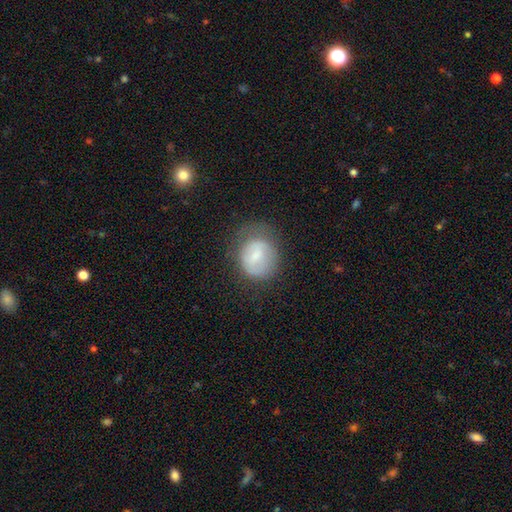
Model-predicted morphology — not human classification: This appears to be a smooth galaxy with no disk features (60%) that is round (66%). Merging: none (51%).